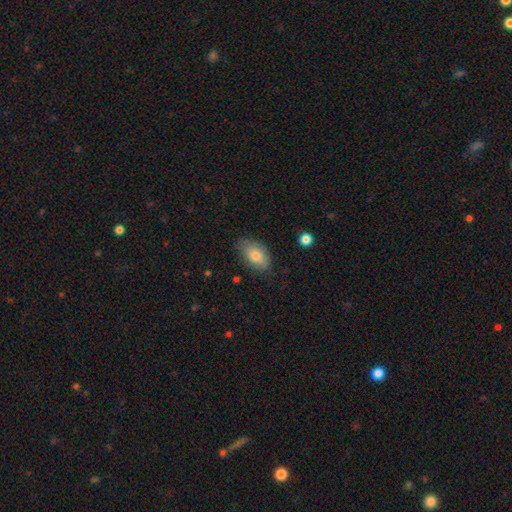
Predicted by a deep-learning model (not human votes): Overall: smooth (78%). How rounded: in between (92%). Merging: none (74%).